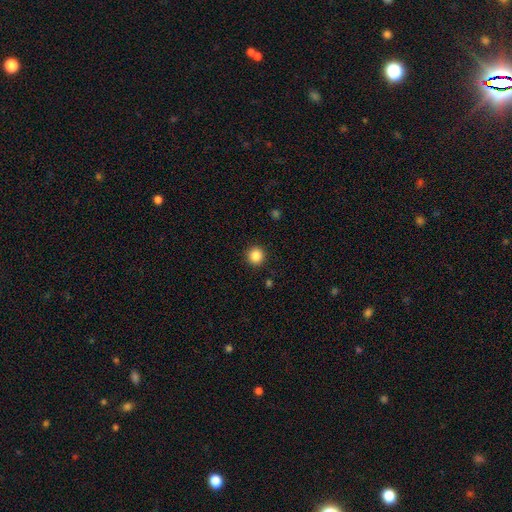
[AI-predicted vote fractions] A smooth galaxy with no disk features (86%) that is round (94%). Merging: none (92%).